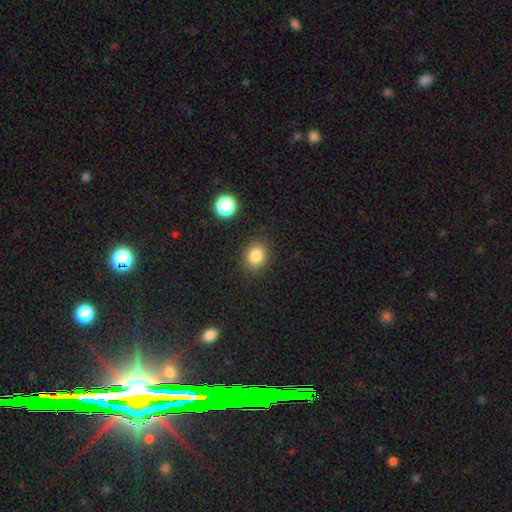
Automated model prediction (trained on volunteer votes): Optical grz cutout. It shows a smooth galaxy with no disk features (84%) that is round (58%). Merging: none (85%).